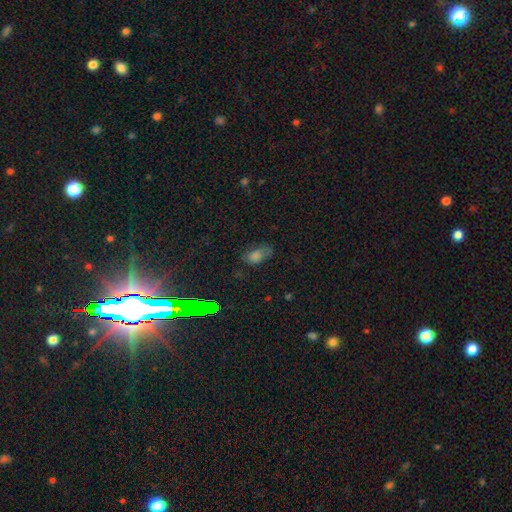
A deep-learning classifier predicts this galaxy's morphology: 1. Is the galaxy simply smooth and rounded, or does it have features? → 63% smooth, 24% star or artifact, 13% featured or disk.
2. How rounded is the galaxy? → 85% in between, 12% round, 4% cigar-shaped.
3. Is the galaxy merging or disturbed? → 62% none, 25% minor disturbance, 10% major disturbance, 3% merger.